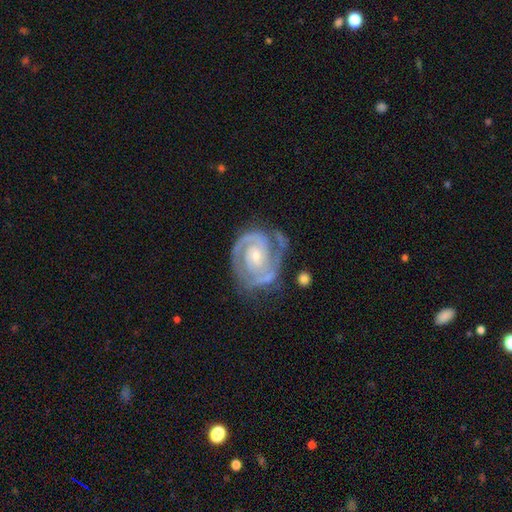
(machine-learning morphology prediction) The model was most divided on "bulge size": small: 57%, moderate: 37%, none: 2%, large: 2%, dominant: 1%. More confident: edge-on disk — no (98%); spiral arms — yes (98%); smooth or featured — featured or disk (91%); spiral arm count — 2 (80%); spiral winding — tight (67%); merging — none (66%); bar — no (58%).